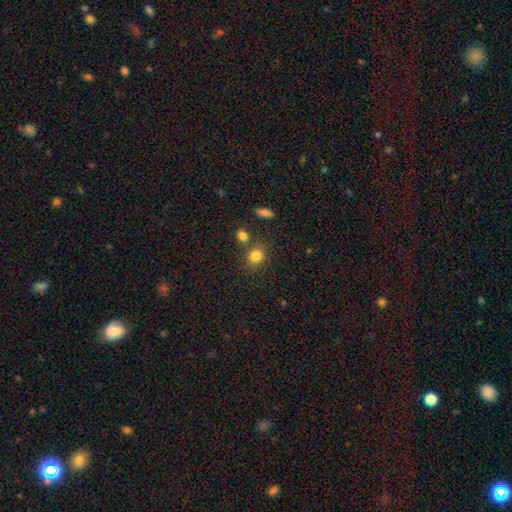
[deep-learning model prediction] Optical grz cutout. It shows a smooth galaxy with no disk features (83%) that is round (63%). Merging: none (70%).